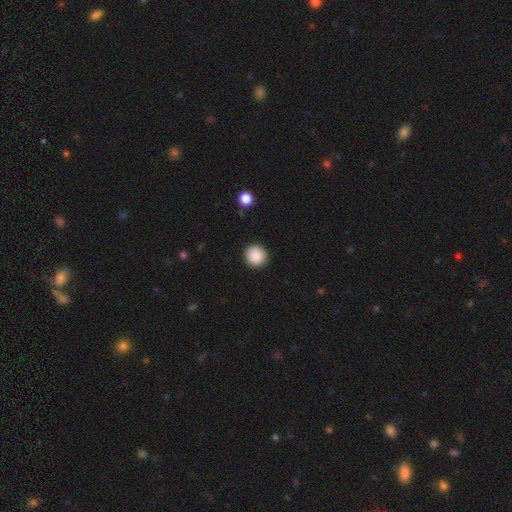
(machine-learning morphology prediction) This is clearly a smooth galaxy (88%). How rounded: clearly round (93%). Merging: clearly none (92%).